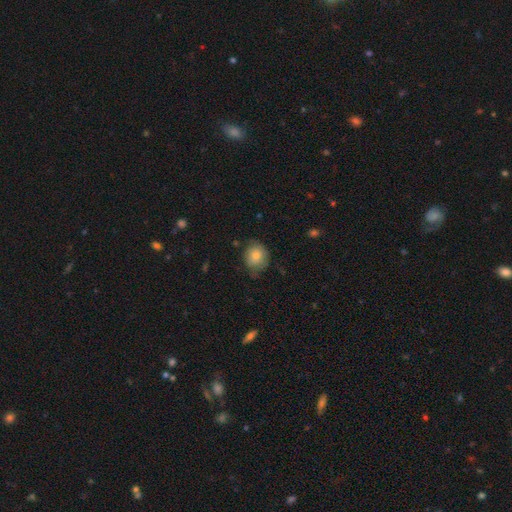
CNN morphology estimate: smooth 78%, featured or disk 13%, star or artifact 9%. Down the decision tree: how rounded — round (75%); merging — none (67%).